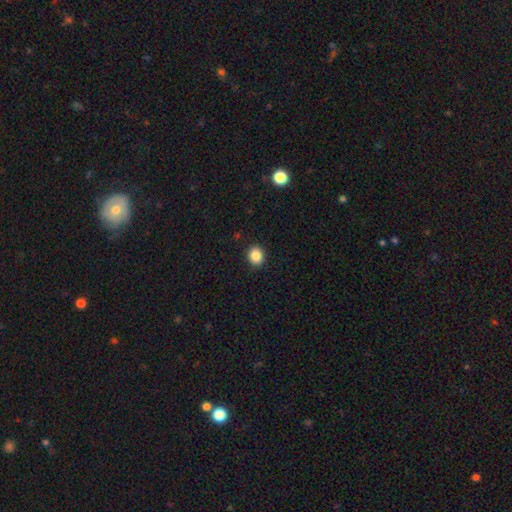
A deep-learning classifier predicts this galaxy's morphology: smooth_or_featured: smooth (p=0.86) [alt: star or artifact p=0.10]
how_rounded: round (p=0.74) [alt: in between p=0.25]
merging: none (p=0.91) [alt: minor disturbance p=0.06]